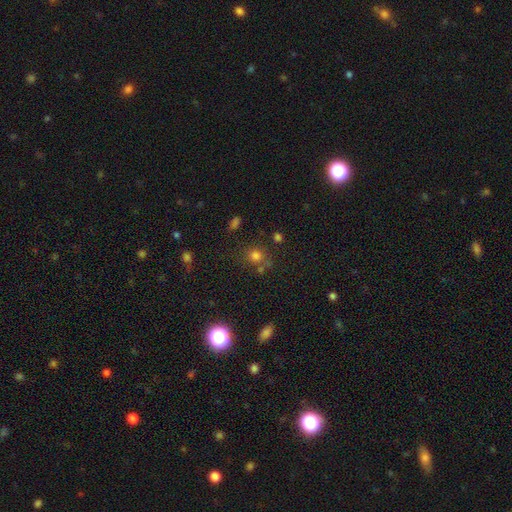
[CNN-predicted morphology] A smooth galaxy with no disk features (74%) that is round (82%). Merging: none (67%).